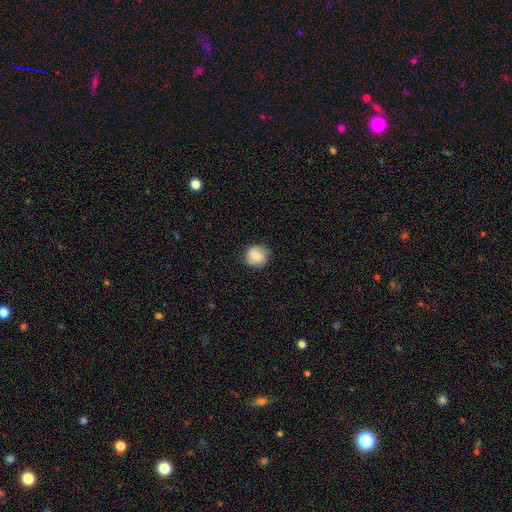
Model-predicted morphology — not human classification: smooth_or_featured: smooth (p=0.68) [alt: featured or disk p=0.24]
how_rounded: round (p=0.84) [alt: in between p=0.15]
merging: none (p=0.80) [alt: minor disturbance p=0.15]